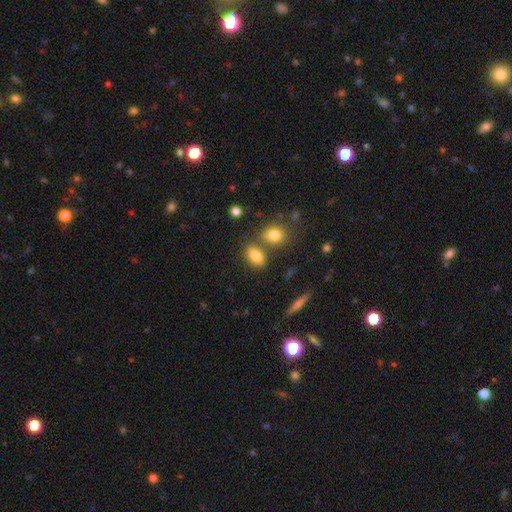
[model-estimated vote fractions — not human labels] Smooth or featured: smooth — 81% (star or artifact — 10%)
How rounded: in between — 82% (round — 15%)
Merging: none — 62% (merger — 22%)